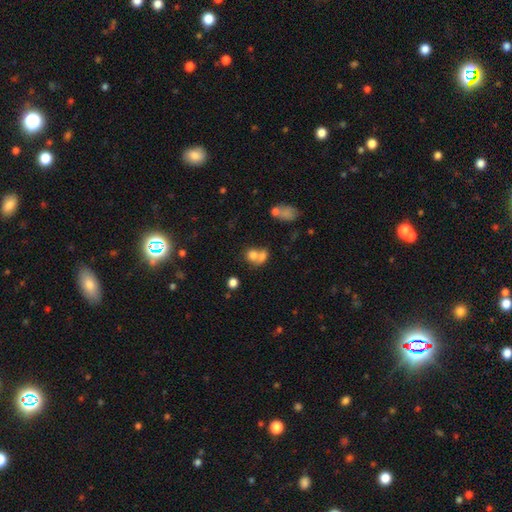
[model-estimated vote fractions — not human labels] The model was most divided on "how rounded": round: 62%, in between: 37%, cigar-shaped: 1%. More confident: smooth or featured — smooth (73%); merging — merger (60%).